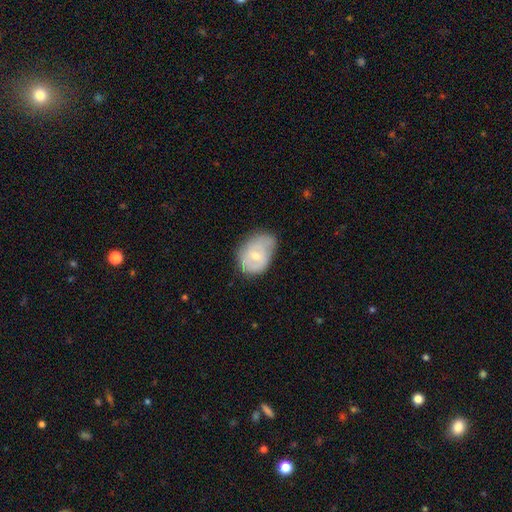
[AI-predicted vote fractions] A smooth galaxy with no disk features (51%) that is in between round and cigar-shaped (73%). Merging: none (47%).